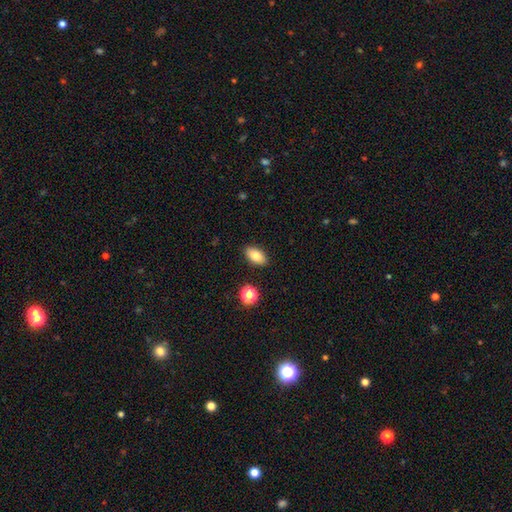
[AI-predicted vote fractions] A smooth galaxy with no disk features (81%) that is in between round and cigar-shaped (90%).

Vote fractions:
- Smooth or featured? smooth: 81% / featured or disk: 10% / star or artifact: 9%
- How rounded? in between: 90% / round: 6% / cigar-shaped: 4%
- Merging? none: 88% / minor disturbance: 8% / major disturbance: 2% / merger: 2%